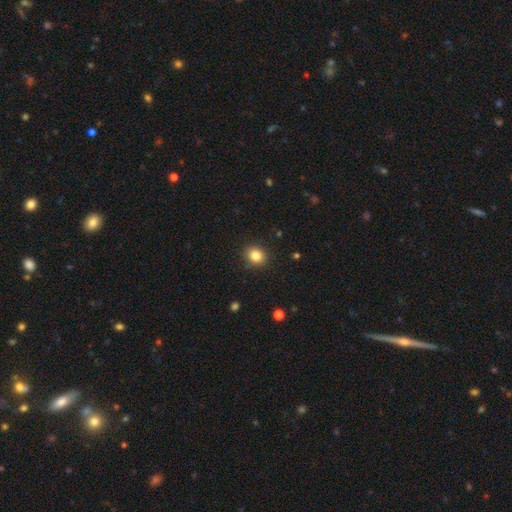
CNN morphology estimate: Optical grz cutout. It shows a smooth galaxy with no disk features (84%) that is round (69%). Merging: none (87%).